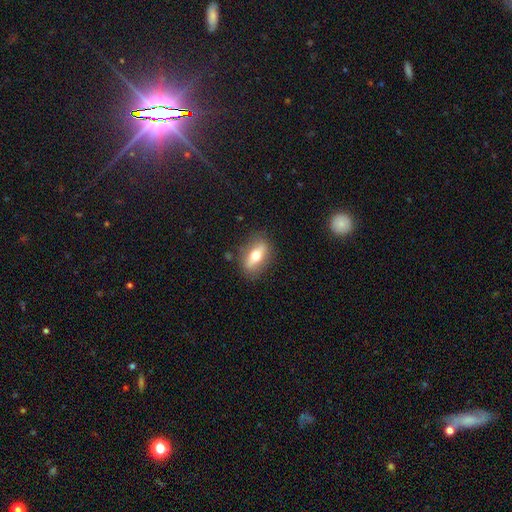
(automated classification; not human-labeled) smooth_or_featured: smooth (p=0.53) [alt: featured or disk p=0.40]
how_rounded: in between (p=0.73) [alt: cigar-shaped p=0.19]
merging: none (p=0.82) [alt: minor disturbance p=0.13]